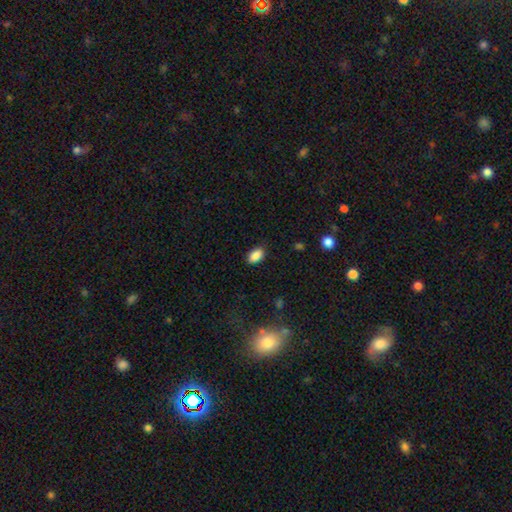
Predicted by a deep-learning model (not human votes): Morphology: type=smooth (88%); roundness=in between (89%); merging=none (85%).